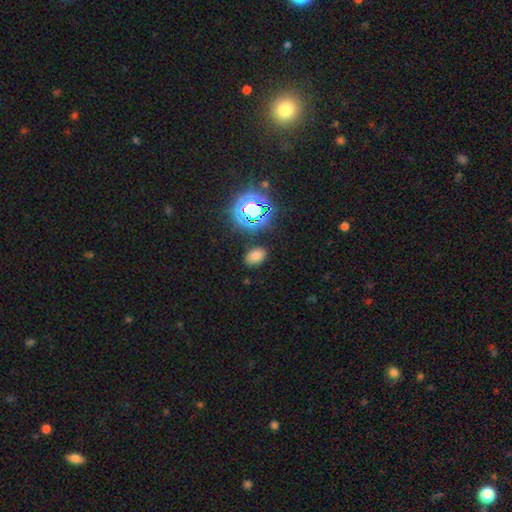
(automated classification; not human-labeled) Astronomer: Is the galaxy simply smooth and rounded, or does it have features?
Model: smooth — 70%.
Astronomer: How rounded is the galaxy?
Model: in between — 86%.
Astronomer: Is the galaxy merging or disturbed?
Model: none — 85%.